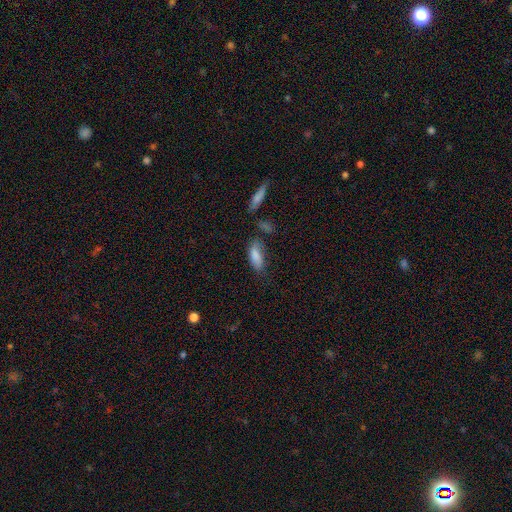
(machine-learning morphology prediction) This appears to be a smooth galaxy with no disk features (83%) that is in between round and cigar-shaped (78%). Merging: none (51%).